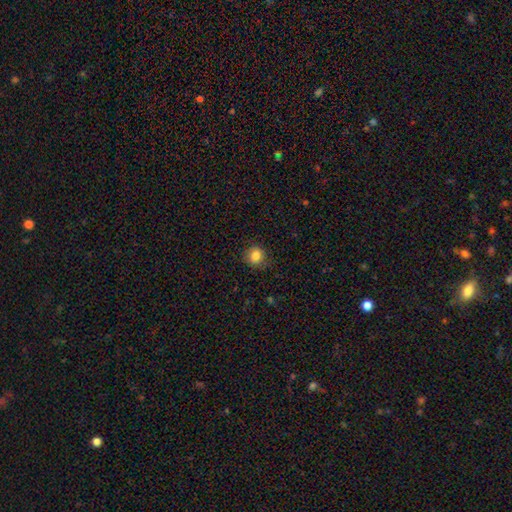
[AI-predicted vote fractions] The model was most divided on "how rounded": round: 84%, in between: 15%, cigar-shaped: 1%. More confident: merging — none (85%); smooth or featured — smooth (83%).